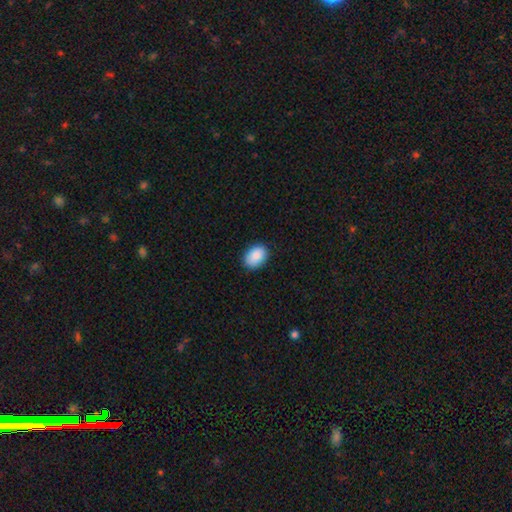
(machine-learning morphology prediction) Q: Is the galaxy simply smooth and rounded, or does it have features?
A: smooth — 90%.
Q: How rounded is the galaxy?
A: in between — 78%.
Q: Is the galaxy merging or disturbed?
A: none — 87%.